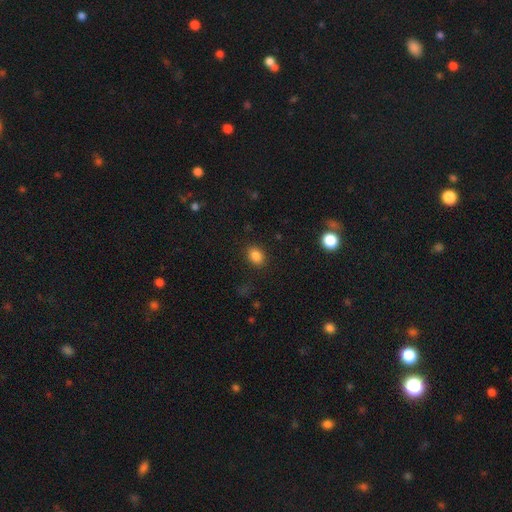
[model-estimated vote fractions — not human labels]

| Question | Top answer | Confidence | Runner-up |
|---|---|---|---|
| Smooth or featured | smooth | 85% | star or artifact (11%) |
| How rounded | in between | 68% | round (31%) |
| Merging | none | 87% | minor disturbance (9%) |